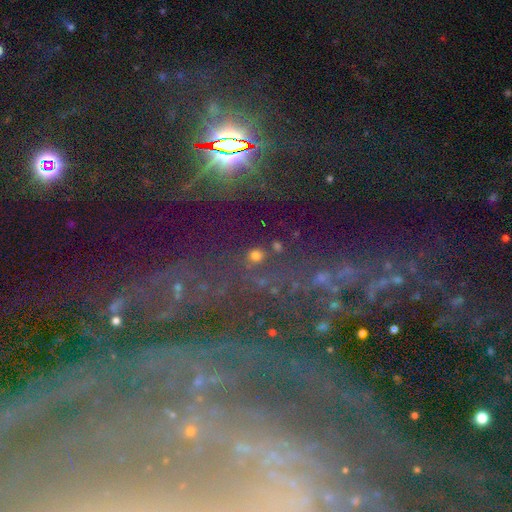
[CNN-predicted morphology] This appears to be a smooth galaxy with no disk features (56%) that is round (83%). Merging: none (74%).